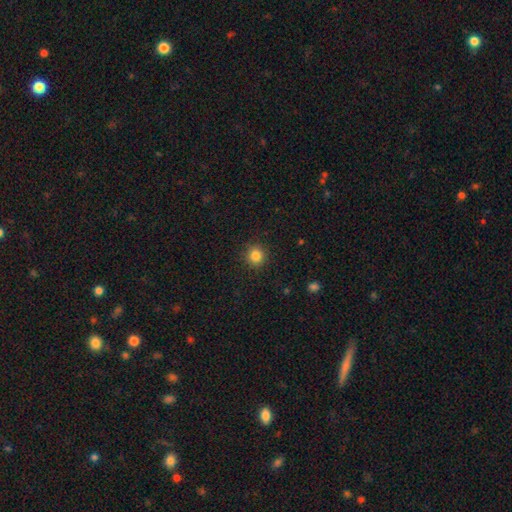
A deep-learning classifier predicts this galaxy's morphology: This is clearly a smooth galaxy (84%). How rounded: clearly round (92%). Merging: clearly none (91%).